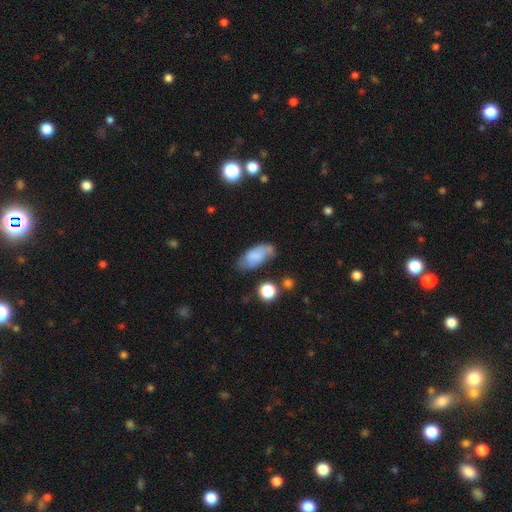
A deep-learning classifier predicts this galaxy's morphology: Smooth or featured?
  - smooth: 71% *
  - featured or disk: 20%
  - star or artifact: 9%
How rounded?
  - in between: 89% *
  - cigar-shaped: 8%
  - round: 3%
Merging?
  - none: 58% *
  - minor disturbance: 28%
  - major disturbance: 9%
  - merger: 5%